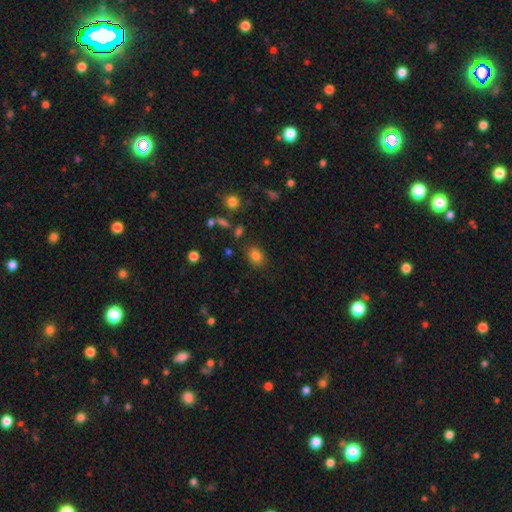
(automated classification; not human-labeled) smooth 81%, star or artifact 12%, featured or disk 7%. Down the decision tree: how rounded — in between (63%); merging — none (81%).